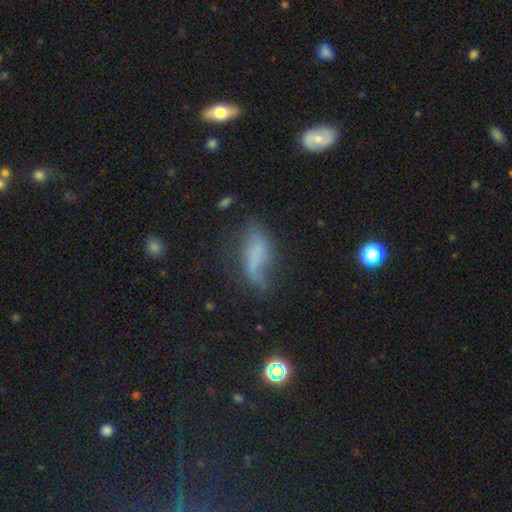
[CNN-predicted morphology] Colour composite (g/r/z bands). It shows a smooth galaxy with no disk features (54%) that is in between round and cigar-shaped (65%). Merging: none (38%).